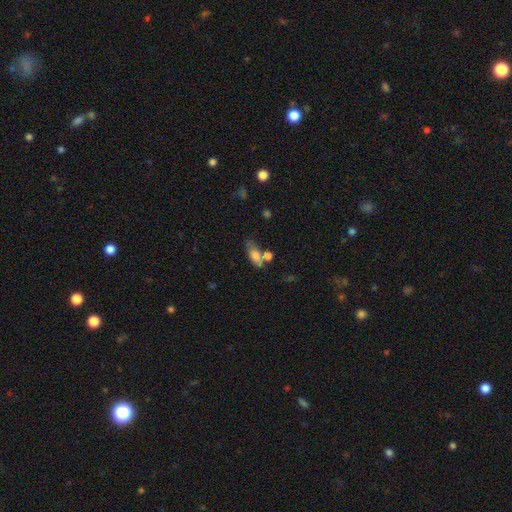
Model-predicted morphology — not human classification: smooth_or_featured: smooth (p=0.75) [alt: featured or disk p=0.16]
how_rounded: in between (p=0.79) [alt: cigar-shaped p=0.15]
merging: none (p=0.44) [alt: merger p=0.27]